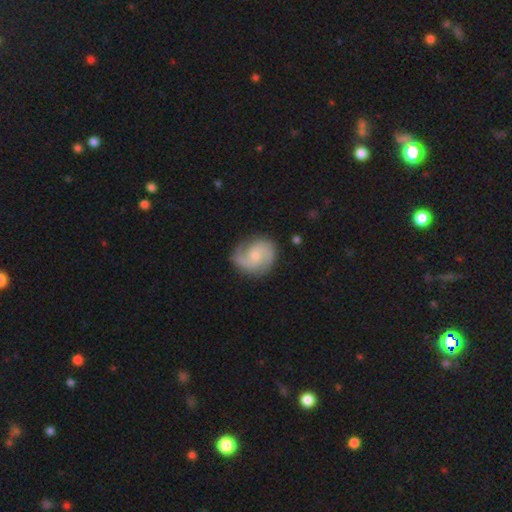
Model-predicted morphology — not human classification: Smooth or featured? Predicted: featured or disk (p=0.77). Edge-on disk? Predicted: no (p=0.98). Bar? Predicted: no (p=0.65). Spiral arms? Predicted: yes (p=0.95). Spiral winding? Predicted: medium (p=0.48). Spiral arm count? Predicted: 2 (p=0.77). Bulge size? Predicted: small (p=0.61). Merging? Predicted: none (p=0.74).